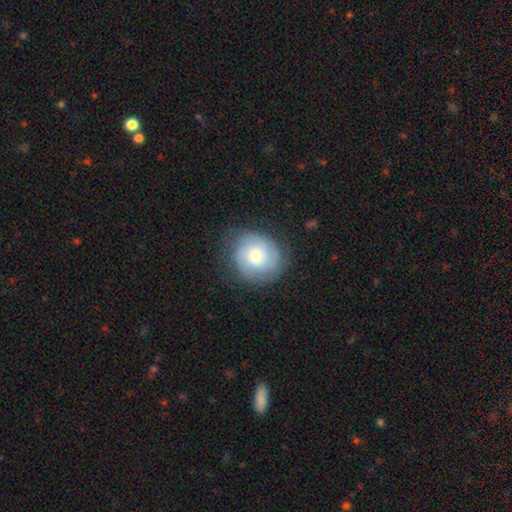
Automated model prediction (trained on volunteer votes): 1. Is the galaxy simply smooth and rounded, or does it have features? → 55% featured or disk, 38% smooth, 7% star or artifact.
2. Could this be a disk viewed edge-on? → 98% no, 2% yes.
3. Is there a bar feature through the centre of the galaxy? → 73% no, 23% weak, 4% strong.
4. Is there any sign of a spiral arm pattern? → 87% yes, 13% no.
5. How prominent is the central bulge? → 49% moderate, 44% small, 5% large, 2% none, 1% dominant.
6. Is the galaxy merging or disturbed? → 77% none, 16% minor disturbance, 6% major disturbance, 1% merger.